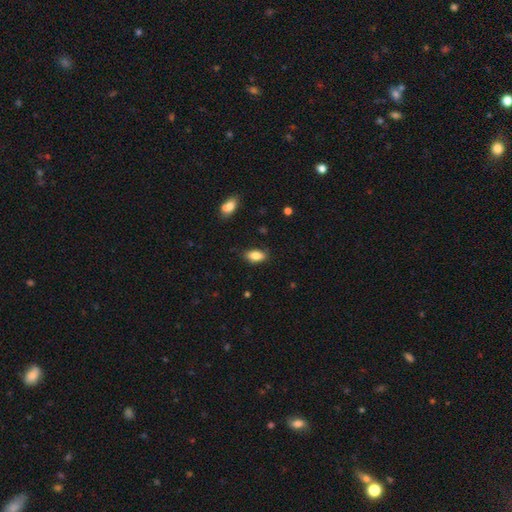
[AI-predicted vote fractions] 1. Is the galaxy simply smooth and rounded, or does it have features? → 84% smooth, 8% featured or disk, 8% star or artifact.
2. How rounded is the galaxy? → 89% in between, 6% cigar-shaped, 5% round.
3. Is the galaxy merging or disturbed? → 80% none, 15% minor disturbance, 3% major disturbance, 2% merger.